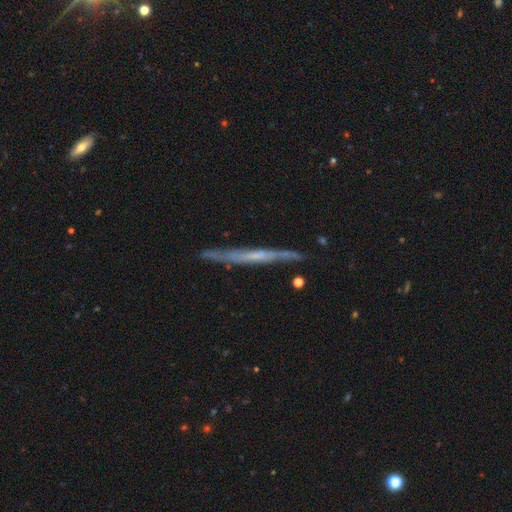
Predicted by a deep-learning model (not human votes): Q: Smooth or featured?
A: featured or disk (66%); runner-up: smooth (27%)
Q: Edge-on disk?
A: yes (93%); runner-up: no (7%)
Q: Edge-on bulge?
A: none (77%); runner-up: rounded (15%)
Q: Merging?
A: none (82%); runner-up: minor disturbance (14%)